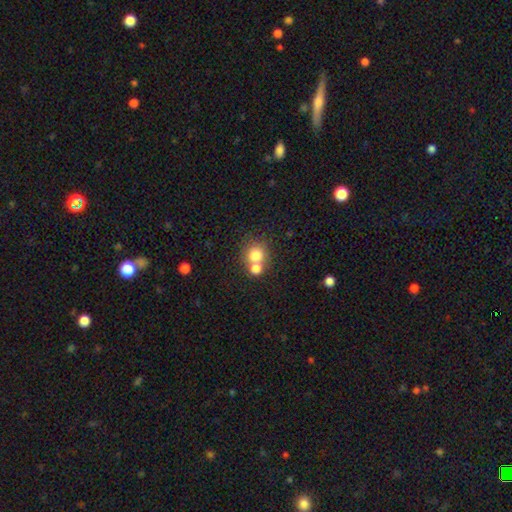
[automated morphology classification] smooth 77%, featured or disk 12%, star or artifact 11%. Down the decision tree: how rounded — round (85%); merging — merger (47%).